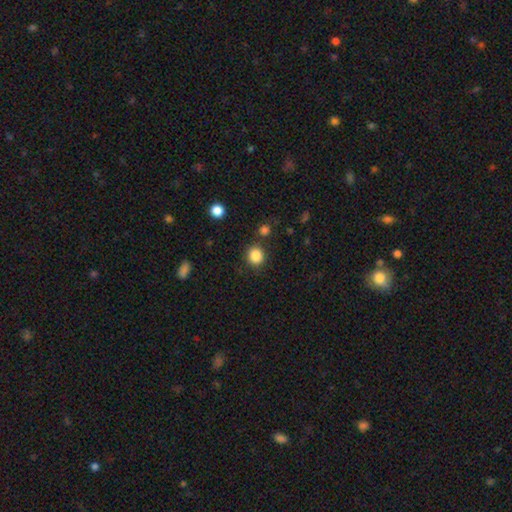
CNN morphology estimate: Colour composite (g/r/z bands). It shows a smooth galaxy with no disk features (86%) that is round (84%). Merging: none (84%).